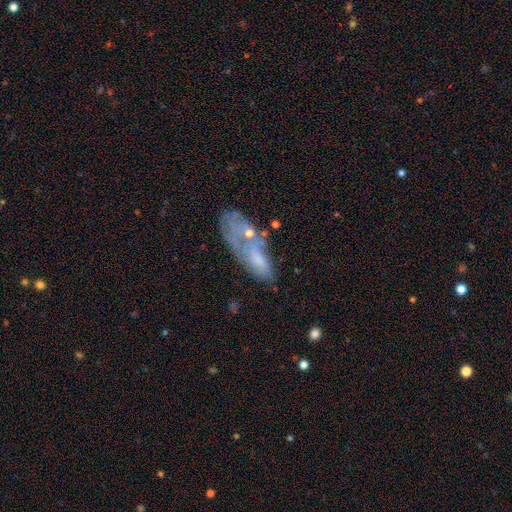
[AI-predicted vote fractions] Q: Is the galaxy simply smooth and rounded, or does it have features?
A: smooth — 51%.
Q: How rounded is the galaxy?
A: in between — 72%.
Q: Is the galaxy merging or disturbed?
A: none — 37%.